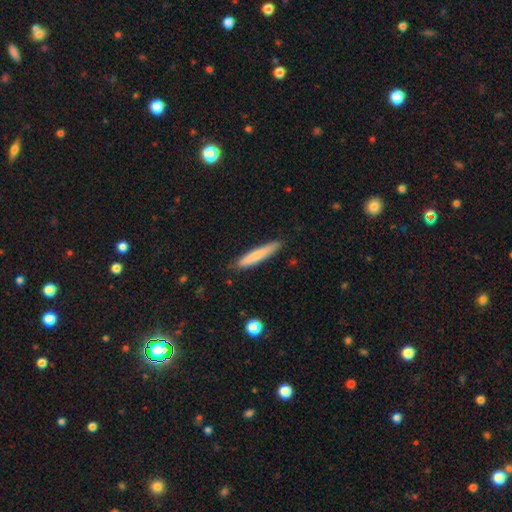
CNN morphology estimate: Smooth or featured? Predicted: smooth (p=0.77). How rounded? Predicted: cigar-shaped (p=0.93). Merging? Predicted: none (p=0.86).